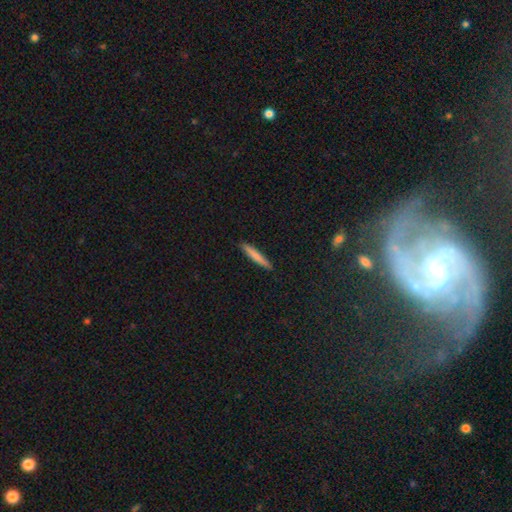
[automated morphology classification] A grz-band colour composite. It shows a smooth galaxy with no disk features (76%) that is cigar-shaped (95%). Merging: none (91%).